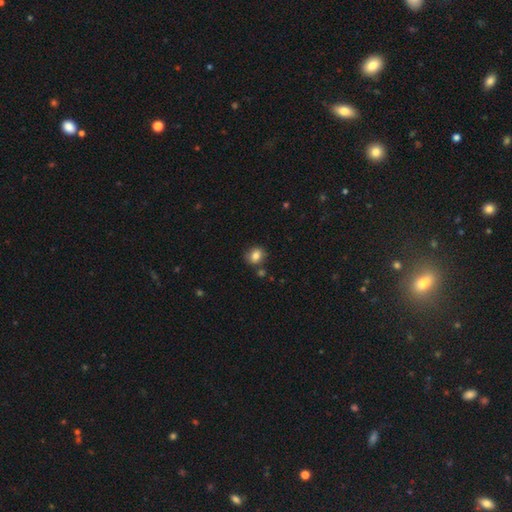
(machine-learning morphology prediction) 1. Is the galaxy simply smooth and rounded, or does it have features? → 81% smooth, 10% star or artifact, 9% featured or disk.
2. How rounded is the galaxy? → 68% round, 31% in between, 1% cigar-shaped.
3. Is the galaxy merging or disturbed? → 75% none, 13% minor disturbance, 8% merger, 3% major disturbance.